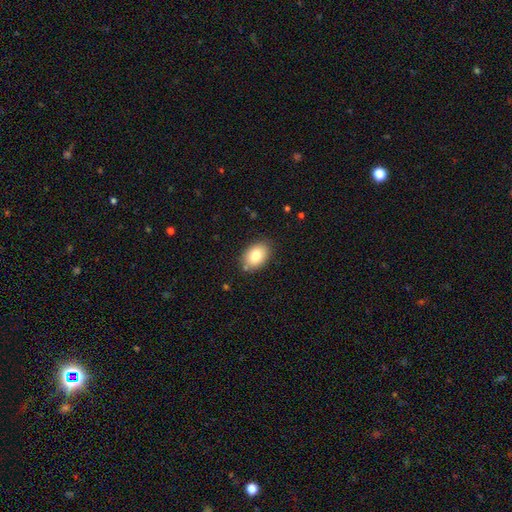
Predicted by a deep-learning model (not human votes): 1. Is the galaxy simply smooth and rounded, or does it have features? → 80% smooth, 12% featured or disk, 8% star or artifact.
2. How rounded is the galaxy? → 84% in between, 15% round, 1% cigar-shaped.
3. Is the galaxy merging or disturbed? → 84% none, 12% minor disturbance, 2% major disturbance, 2% merger.